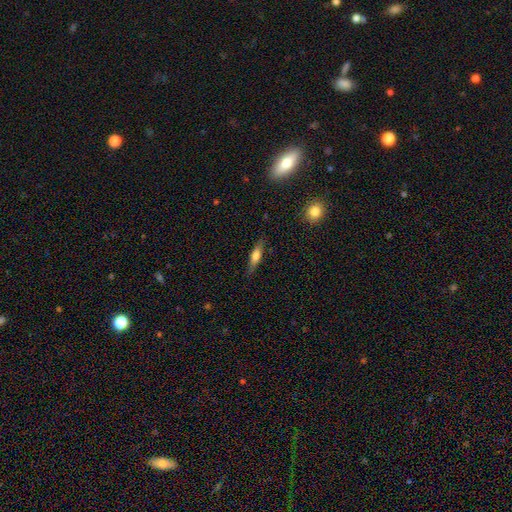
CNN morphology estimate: Smooth or featured? Predicted: smooth (p=0.55). How rounded? Predicted: cigar-shaped (p=0.70). Merging? Predicted: none (p=0.82).